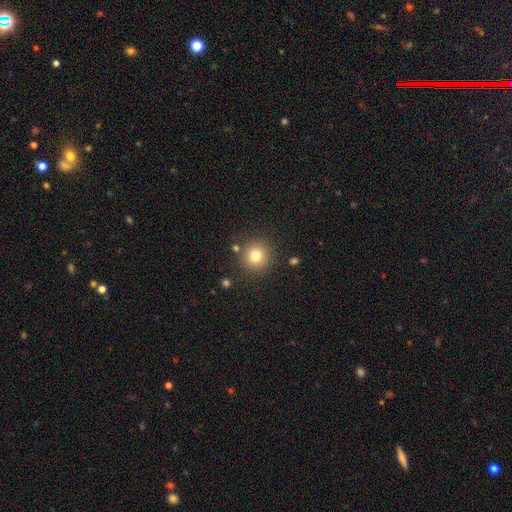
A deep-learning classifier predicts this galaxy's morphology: A smooth galaxy with no disk features (78%) that is round (94%).

Vote fractions:
- Smooth or featured? smooth: 78% / star or artifact: 13% / featured or disk: 9%
- How rounded? round: 94% / in between: 5% / cigar-shaped: 1%
- Merging? none: 86% / minor disturbance: 7% / merger: 4% / major disturbance: 3%